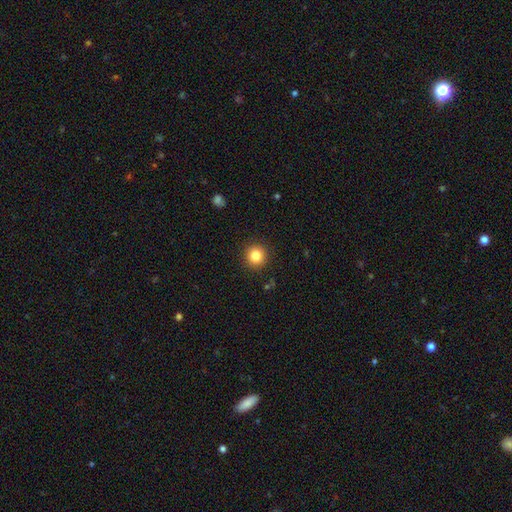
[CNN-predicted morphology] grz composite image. It shows a smooth galaxy with no disk features (84%) that is round (94%). Merging: none (91%).